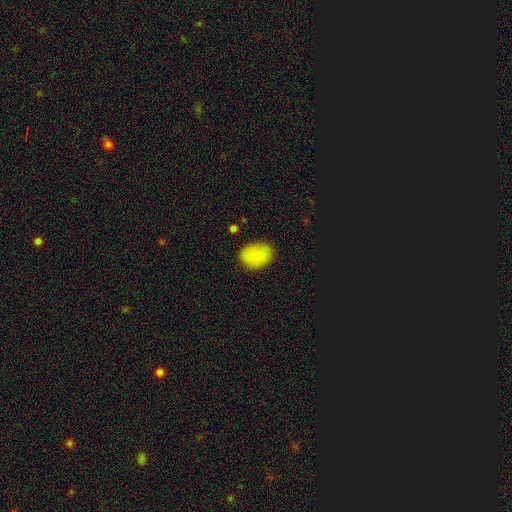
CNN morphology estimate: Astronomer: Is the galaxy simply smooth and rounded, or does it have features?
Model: smooth — 84%.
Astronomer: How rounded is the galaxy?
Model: in between — 75%.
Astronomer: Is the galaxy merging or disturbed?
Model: none — 83%.